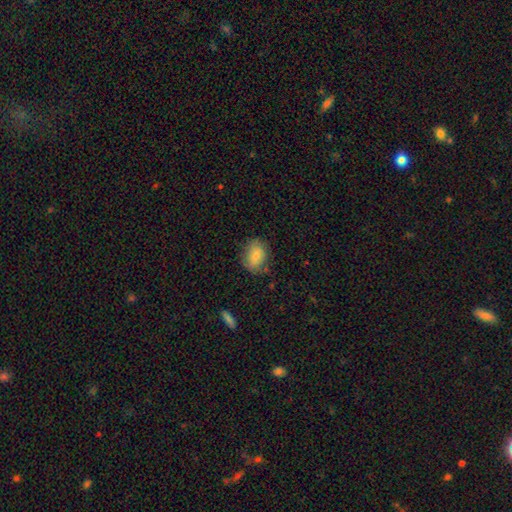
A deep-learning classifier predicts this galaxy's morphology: A smooth galaxy with no disk features (79%) that is in between round and cigar-shaped (73%).

Vote fractions:
- Smooth or featured? smooth: 79% / featured or disk: 13% / star or artifact: 8%
- How rounded? in between: 73% / round: 26% / cigar-shaped: 1%
- Merging? none: 70% / minor disturbance: 21% / major disturbance: 7% / merger: 2%